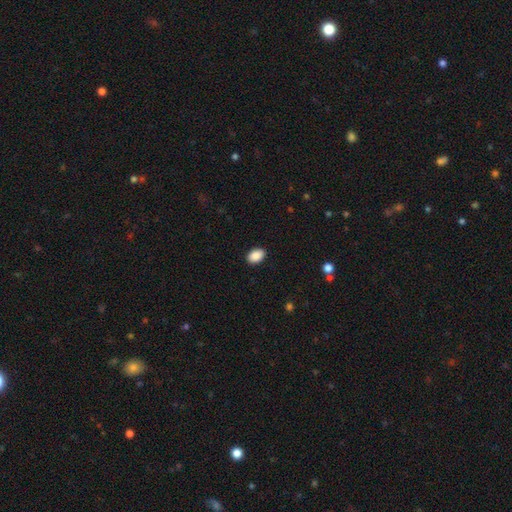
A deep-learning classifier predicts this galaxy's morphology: smooth-or-featured: smooth: 90% | star or artifact: 7% | featured or disk: 3%
  how-rounded: in between: 87% | round: 12% | cigar-shaped: 1%
  merging: none: 90% | minor disturbance: 7% | major disturbance: 2% | merger: 1%